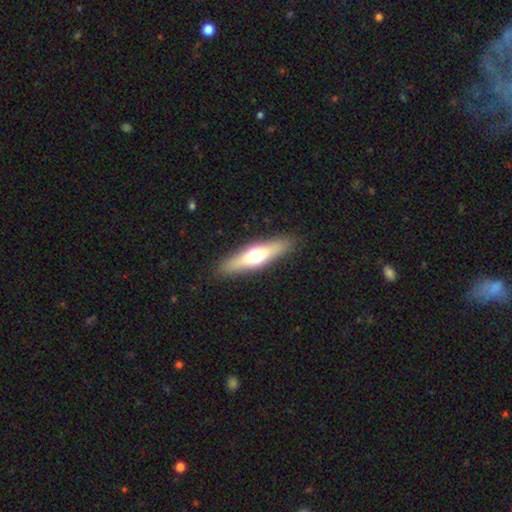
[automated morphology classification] smooth-or-featured: smooth: 47% | featured or disk: 46% | star or artifact: 7%
  merging: none: 89% | minor disturbance: 8% | major disturbance: 2% | merger: 1%